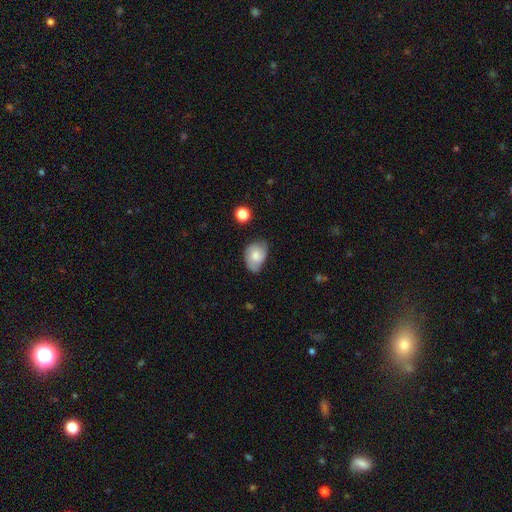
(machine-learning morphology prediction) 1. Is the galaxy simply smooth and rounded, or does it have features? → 67% smooth, 26% featured or disk, 8% star or artifact.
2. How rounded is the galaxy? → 78% in between, 20% round, 1% cigar-shaped.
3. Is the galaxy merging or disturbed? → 57% none, 34% minor disturbance, 8% major disturbance, 2% merger.